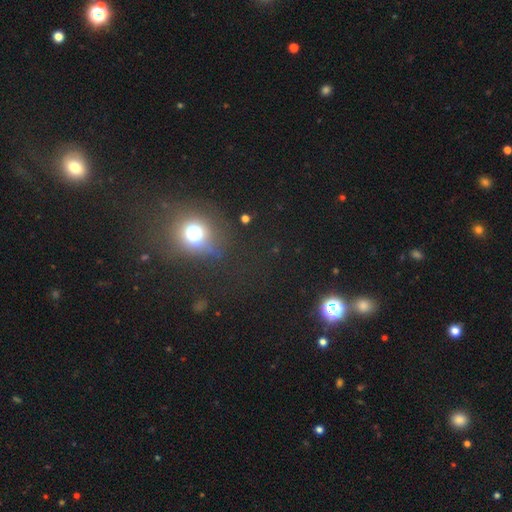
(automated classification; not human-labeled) Smooth or featured: smooth — 49% (star or artifact — 43%)
Merging: none — 82% (minor disturbance — 10%)